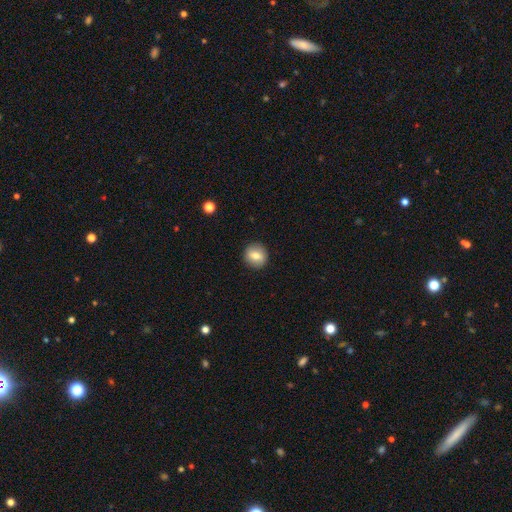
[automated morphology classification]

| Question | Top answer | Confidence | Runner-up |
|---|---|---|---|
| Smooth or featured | smooth | 74% | featured or disk (17%) |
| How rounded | round | 87% | in between (12%) |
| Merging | none | 90% | minor disturbance (7%) |